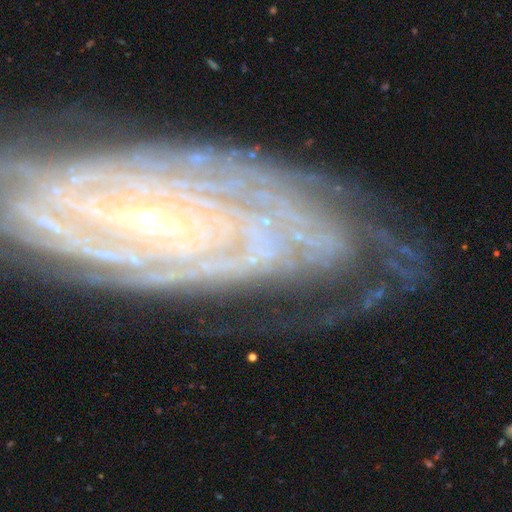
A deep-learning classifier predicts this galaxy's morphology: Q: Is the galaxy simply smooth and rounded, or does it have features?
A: featured or disk — 86%.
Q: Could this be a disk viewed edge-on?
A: no — 91%.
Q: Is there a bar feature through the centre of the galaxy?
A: no — 42%.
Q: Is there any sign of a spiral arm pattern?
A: yes — 96%.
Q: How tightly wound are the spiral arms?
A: tight — 78%.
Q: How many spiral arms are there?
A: can't tell — 36%.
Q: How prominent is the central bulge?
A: small — 84%.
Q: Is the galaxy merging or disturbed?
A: none — 69%.